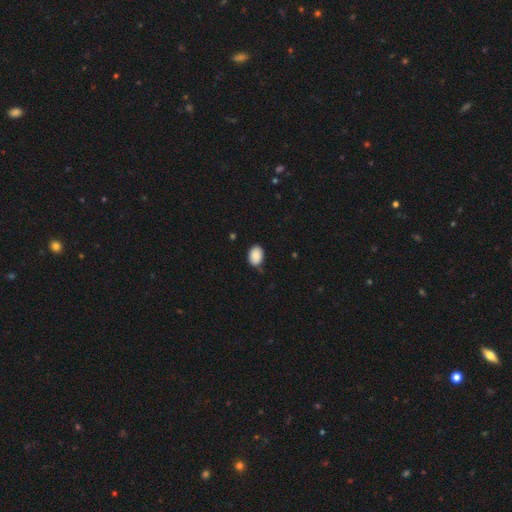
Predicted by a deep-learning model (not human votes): smooth-or-featured: smooth: 89% | star or artifact: 7% | featured or disk: 3%
  how-rounded: in between: 80% | round: 19% | cigar-shaped: 1%
  merging: none: 78% | minor disturbance: 18% | major disturbance: 3% | merger: 2%